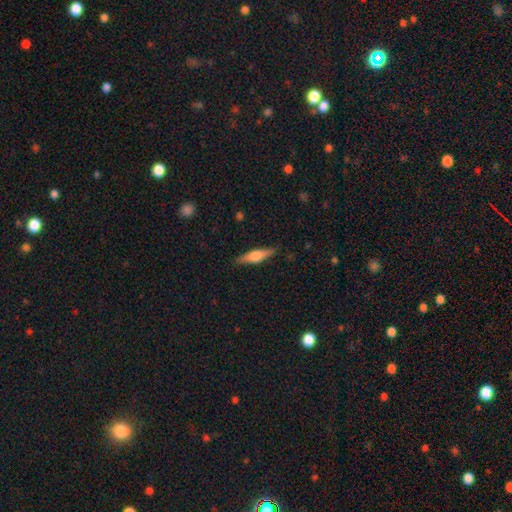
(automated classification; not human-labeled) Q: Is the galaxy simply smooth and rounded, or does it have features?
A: featured or disk — 53%.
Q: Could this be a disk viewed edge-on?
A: yes — 96%.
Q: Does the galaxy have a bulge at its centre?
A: rounded — 86%.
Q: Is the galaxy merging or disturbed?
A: none — 87%.